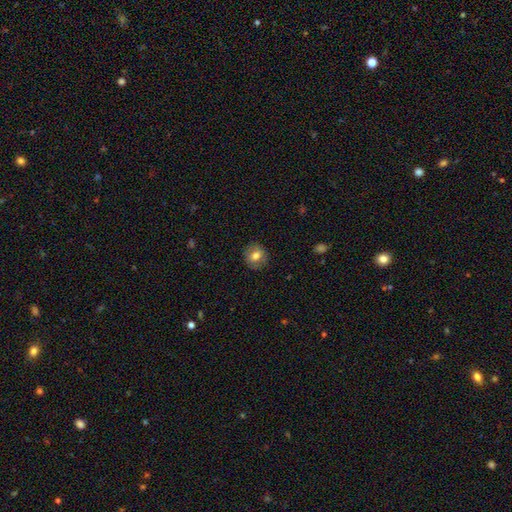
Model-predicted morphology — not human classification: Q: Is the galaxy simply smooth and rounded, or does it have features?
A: smooth — 70%.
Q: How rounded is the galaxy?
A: round — 80%.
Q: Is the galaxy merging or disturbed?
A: none — 85%.